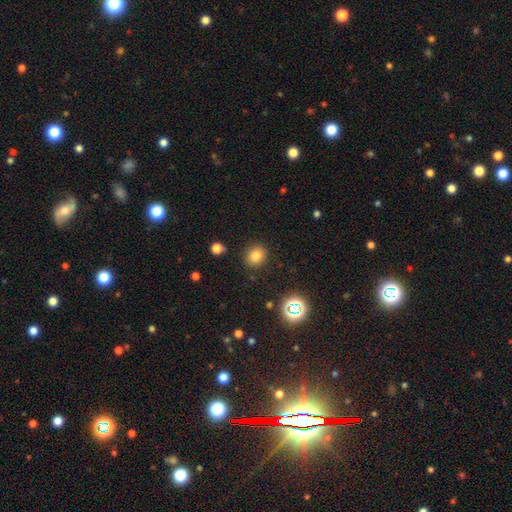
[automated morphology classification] smooth_or_featured: smooth (p=0.78) [alt: star or artifact p=0.15]
how_rounded: round (p=0.80) [alt: in between p=0.19]
merging: none (p=0.88) [alt: minor disturbance p=0.08]